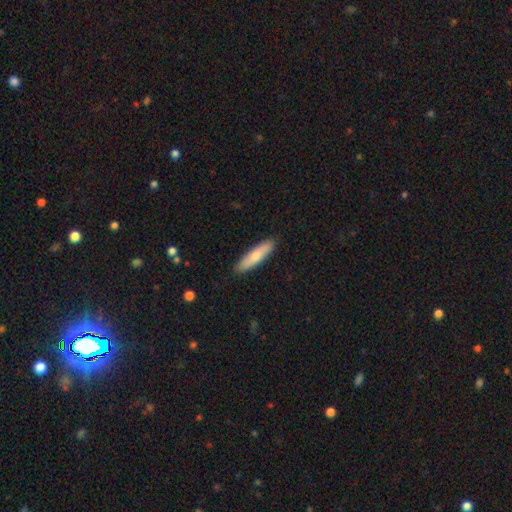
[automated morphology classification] smooth 69%, featured or disk 26%, star or artifact 5%. Down the decision tree: how rounded — cigar-shaped (72%); merging — none (89%).